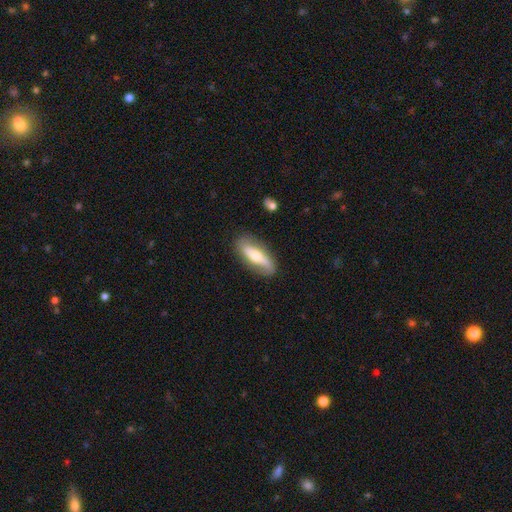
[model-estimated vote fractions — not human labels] The model was most divided on "edge-on disk": no: 55%, yes: 45%. More confident: merging — none (80%); smooth or featured — featured or disk (53%).